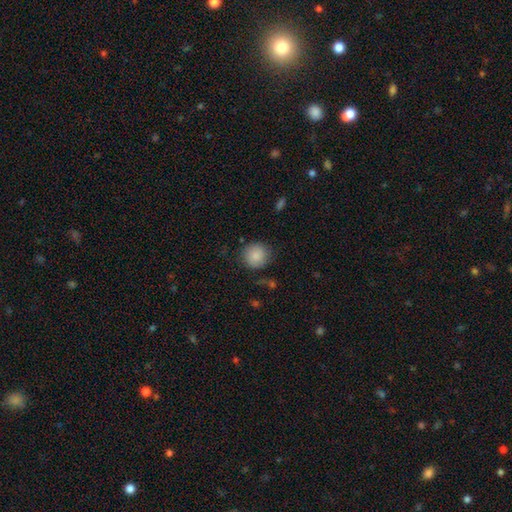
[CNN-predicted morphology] This appears to be a smooth galaxy with no disk features (87%) that is round (91%). Merging: none (81%).